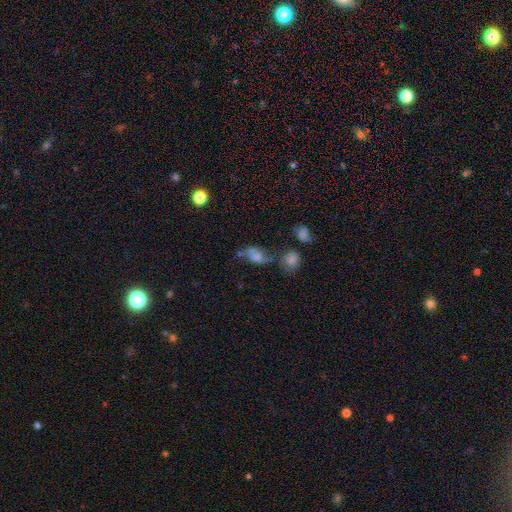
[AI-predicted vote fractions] smooth 56%, featured or disk 29%, star or artifact 15%. Down the decision tree: how rounded — in between (78%); merging — none (36%).